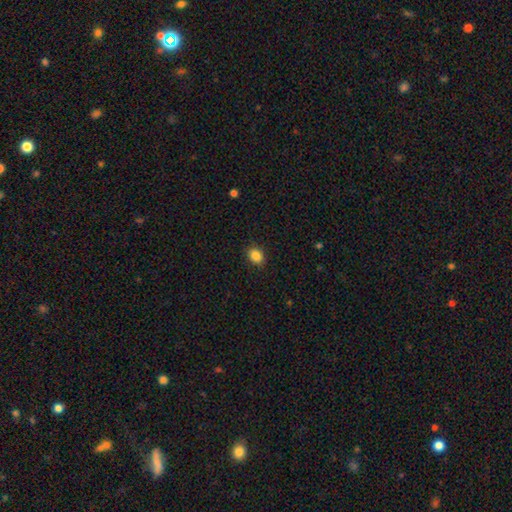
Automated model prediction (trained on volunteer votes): smooth 87%, star or artifact 9%, featured or disk 4%. Down the decision tree: how rounded — in between (67%); merging — none (89%).